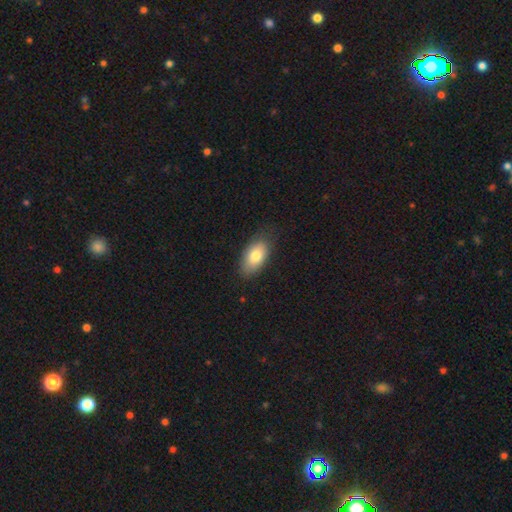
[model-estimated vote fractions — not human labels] This is likely a smooth galaxy (79%). How rounded: clearly in between (92%). Merging: likely none (79%).